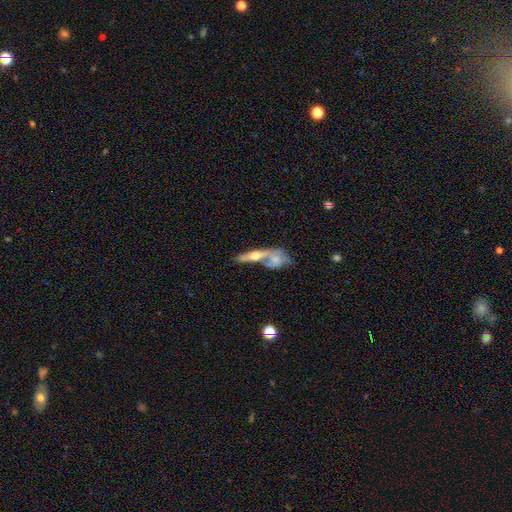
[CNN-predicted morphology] A featured or disk galaxy (60%) viewed edge-on (80%).

Vote fractions:
- Smooth or featured? featured or disk: 60% / smooth: 33% / star or artifact: 7%
- Edge-on disk? yes: 80% / no: 20%
- Merging? merger: 47% / none: 36% / minor disturbance: 10% / major disturbance: 6%